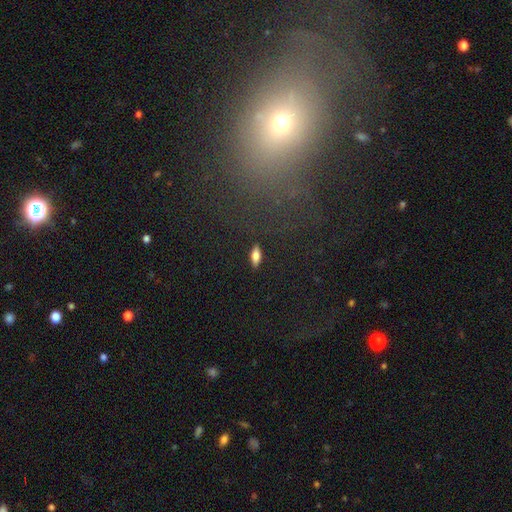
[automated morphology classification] This is likely a smooth galaxy (71%). How rounded: likely in between (76%). Merging: clearly none (89%).